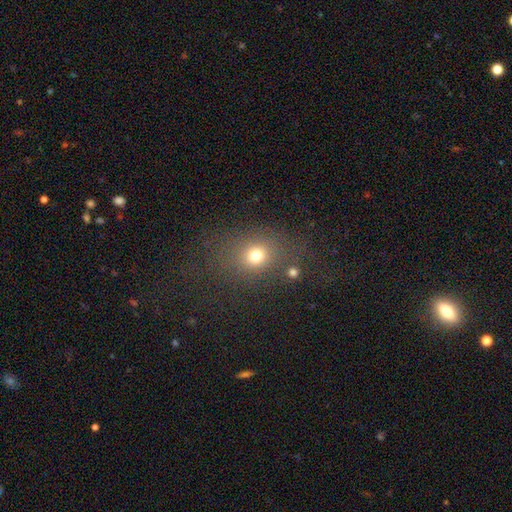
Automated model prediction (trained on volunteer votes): Smooth or featured? smooth (72%)
How rounded? round (62%)
Merging? none (73%)